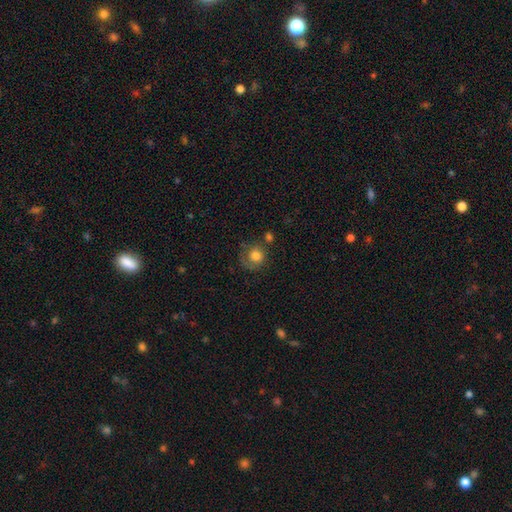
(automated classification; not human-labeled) A smooth galaxy with no disk features (73%) that is round (85%).

Vote fractions:
- Smooth or featured? smooth: 73% / featured or disk: 19% / star or artifact: 9%
- How rounded? round: 85% / in between: 14% / cigar-shaped: 1%
- Merging? none: 54% / minor disturbance: 22% / major disturbance: 16% / merger: 8%